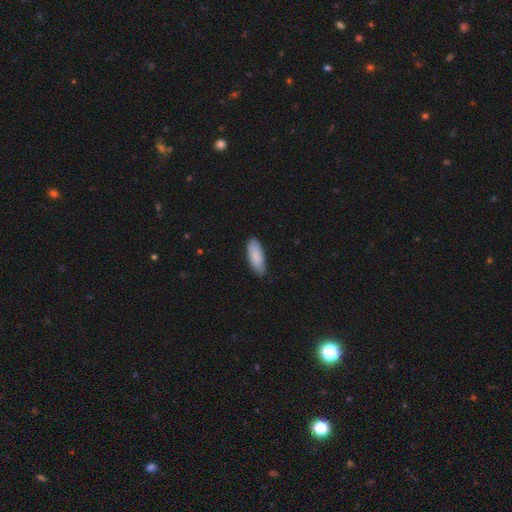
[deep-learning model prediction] This is clearly a smooth galaxy (88%). How rounded: likely in between (73%). Merging: likely none (77%).